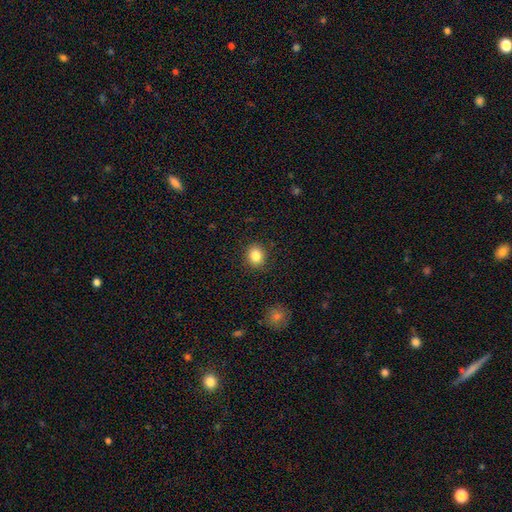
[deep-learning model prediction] This is clearly a smooth galaxy (85%). How rounded: likely round (72%). Merging: clearly none (89%).